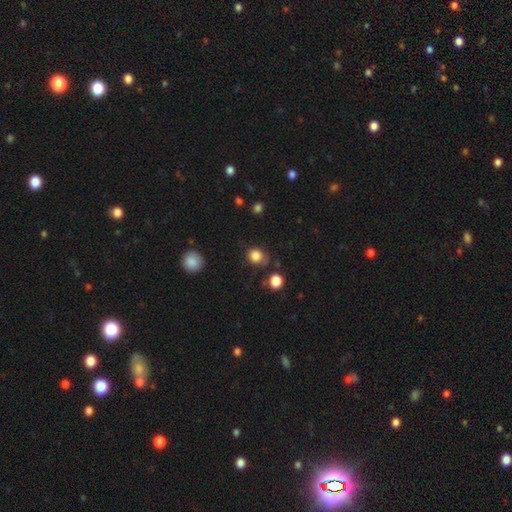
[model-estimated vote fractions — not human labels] This appears to be a smooth galaxy with no disk features (83%) that is round (72%). Merging: none (64%).